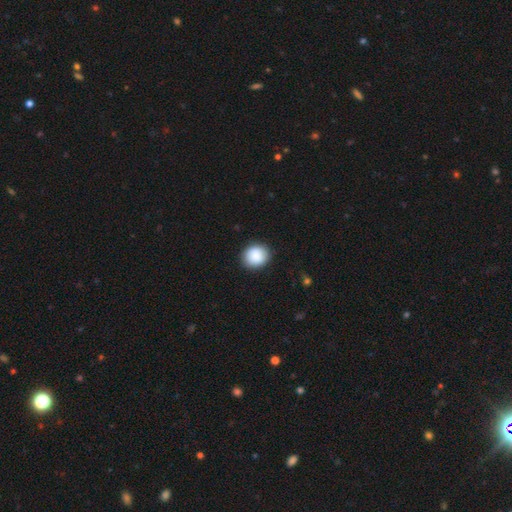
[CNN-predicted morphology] This appears to be a smooth galaxy with no disk features (90%) that is round (78%). Merging: none (89%).